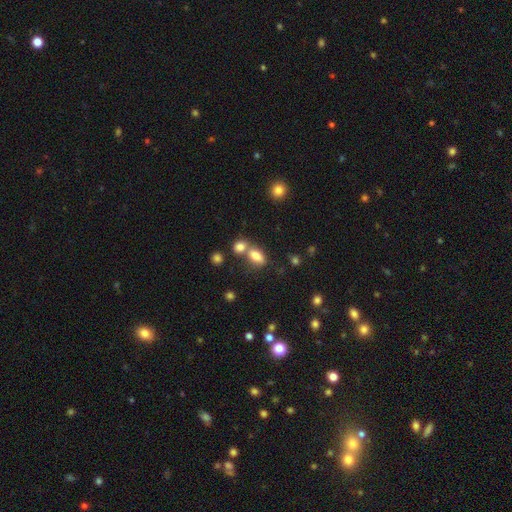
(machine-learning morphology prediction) type=smooth (80%); roundness=in between (84%); merging=merger (43%).